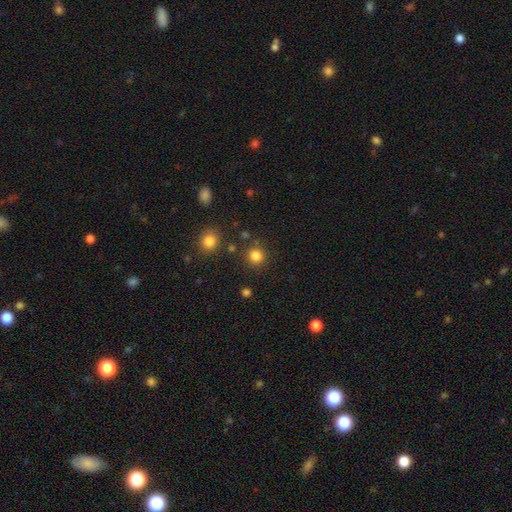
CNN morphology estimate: smooth-or-featured: smooth: 84% | star or artifact: 12% | featured or disk: 4%
  how-rounded: round: 91% | in between: 8% | cigar-shaped: 1%
  merging: none: 86% | minor disturbance: 7% | merger: 4% | major disturbance: 3%